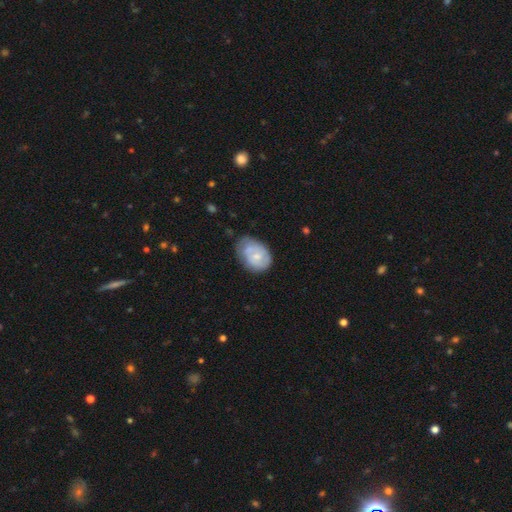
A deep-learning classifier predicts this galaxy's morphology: smooth_or_featured: featured or disk (p=0.53) [alt: smooth p=0.41]
disk_edge_on: no (p=0.97) [alt: yes p=0.03]
bar: no (p=0.63) [alt: weak p=0.33]
has_spiral_arms: yes (p=0.73) [alt: no p=0.27]
bulge_size: small (p=0.54) [alt: moderate p=0.36]
merging: none (p=0.46) [alt: minor disturbance p=0.34]